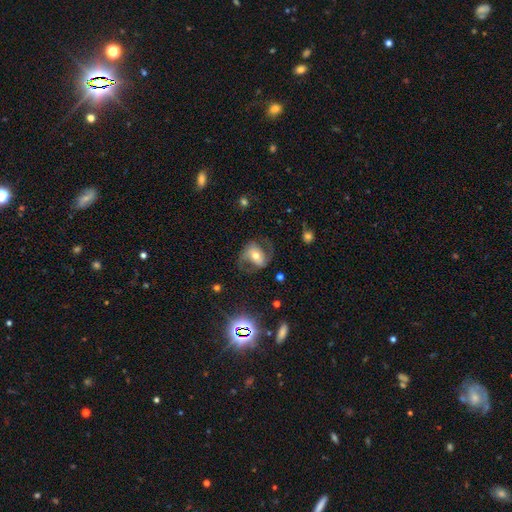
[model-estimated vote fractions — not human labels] Morphology: type=featured or disk (76%); edge-on=no (97%); bar=no (40%); spiral arms=yes (92%); winding=medium (46%); arm count=2 (91%); bulge=moderate (67%); merging=none (69%).